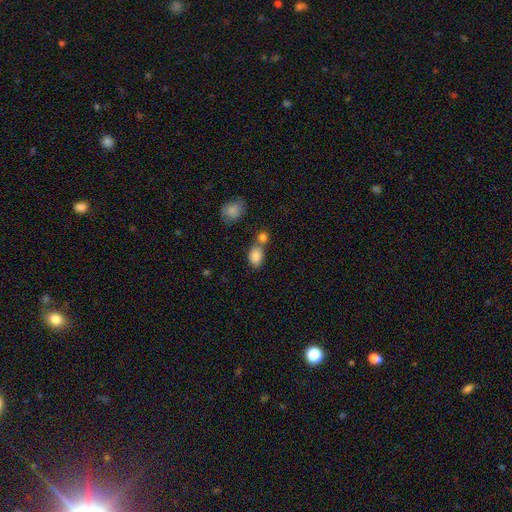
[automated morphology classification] This appears to be a smooth galaxy with no disk features (84%) that is in between round and cigar-shaped (75%). Merging: none (47%).